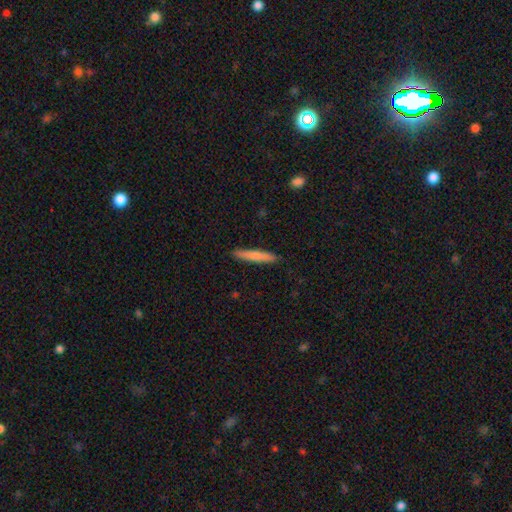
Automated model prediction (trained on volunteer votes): Smooth or featured: smooth — 75% (featured or disk — 20%)
How rounded: cigar-shaped — 94% (in between — 5%)
Merging: none — 91% (minor disturbance — 7%)